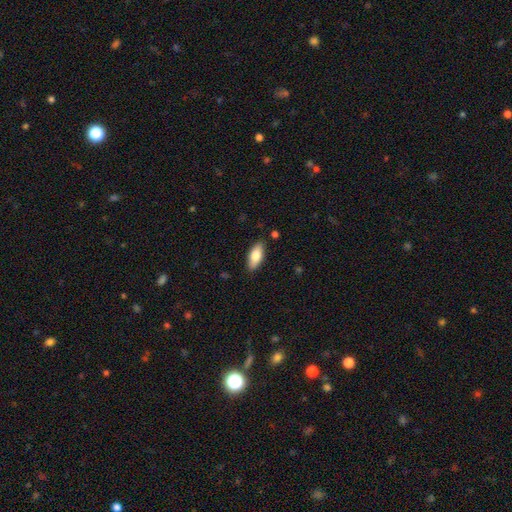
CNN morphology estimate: smooth 76%, featured or disk 18%, star or artifact 6%. Down the decision tree: how rounded — in between (82%); merging — none (86%).